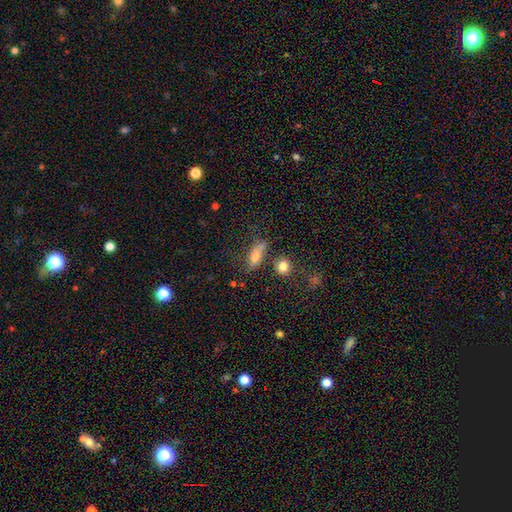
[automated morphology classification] The model was most divided on "how rounded": in between: 56%, cigar-shaped: 35%, round: 8%. More confident: smooth or featured — smooth (68%); merging — none (53%).